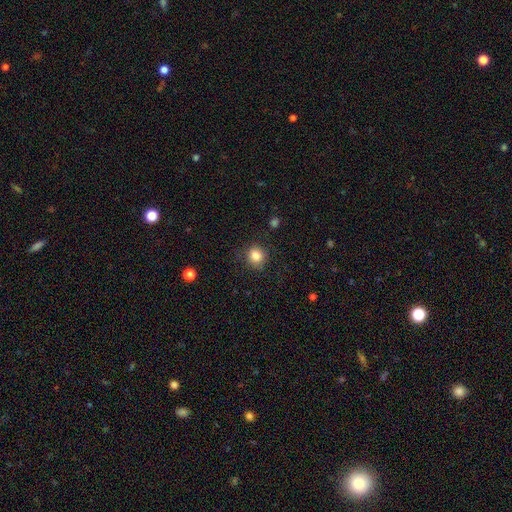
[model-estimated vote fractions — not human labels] A smooth galaxy with no disk features (85%) that is round (80%). Merging: none (83%).